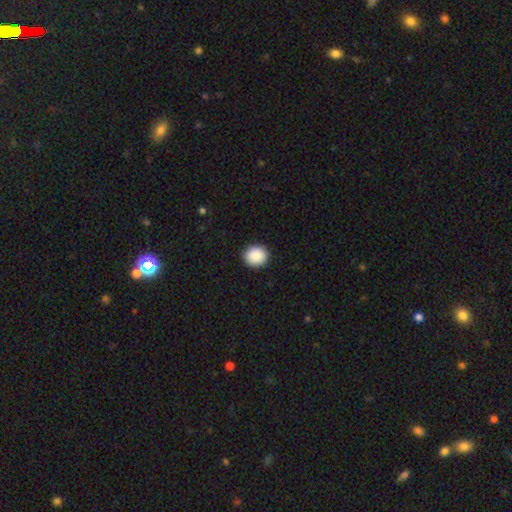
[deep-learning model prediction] smooth_or_featured: smooth (p=0.90) [alt: star or artifact p=0.08]
how_rounded: round (p=0.85) [alt: in between p=0.14]
merging: none (p=0.92) [alt: minor disturbance p=0.05]